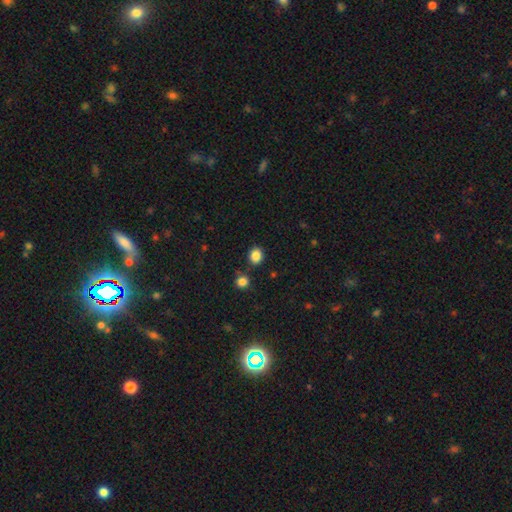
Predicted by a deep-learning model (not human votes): smooth_or_featured: smooth (p=0.86) [alt: star or artifact p=0.10]
how_rounded: round (p=0.57) [alt: in between p=0.42]
merging: none (p=0.83) [alt: minor disturbance p=0.09]